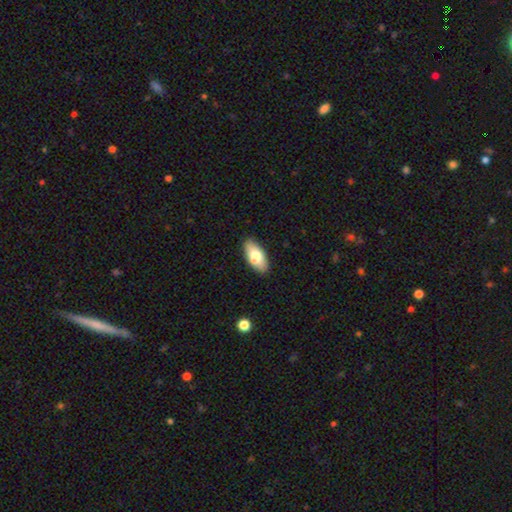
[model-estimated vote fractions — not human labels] smooth-or-featured: smooth: 73% | featured or disk: 21% | star or artifact: 6%
  how-rounded: in between: 89% | cigar-shaped: 8% | round: 3%
  merging: none: 85% | minor disturbance: 11% | major disturbance: 2% | merger: 2%